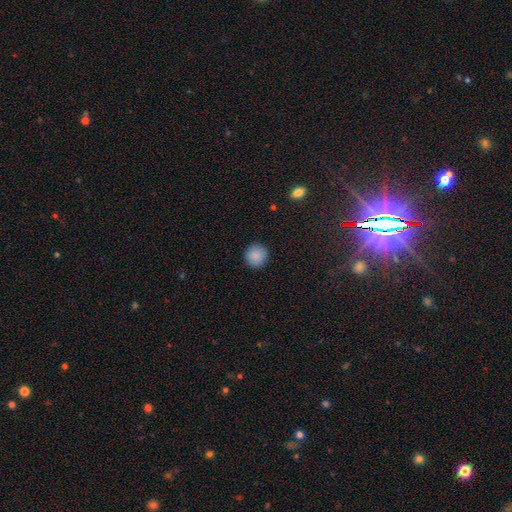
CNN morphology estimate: Smooth or featured? Predicted: smooth (p=0.89). How rounded? Predicted: round (p=0.93). Merging? Predicted: none (p=0.92).